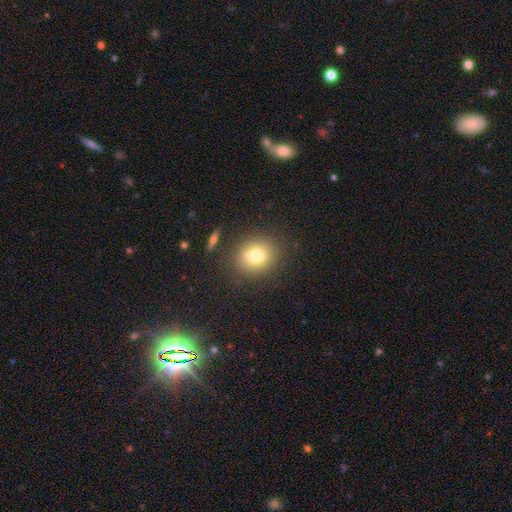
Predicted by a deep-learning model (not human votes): smooth_or_featured: smooth (p=0.76) [alt: star or artifact p=0.13]
how_rounded: round (p=0.81) [alt: in between p=0.18]
merging: none (p=0.80) [alt: minor disturbance p=0.10]